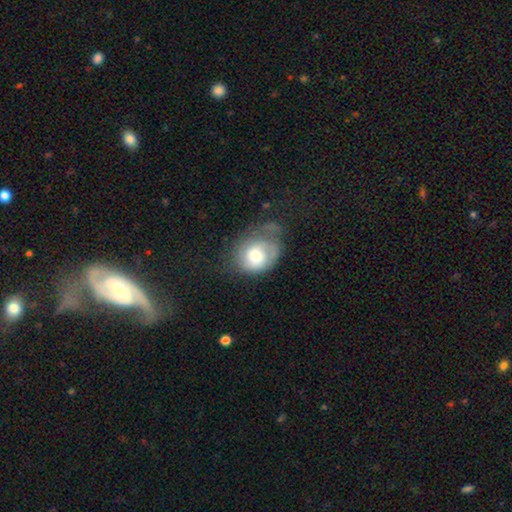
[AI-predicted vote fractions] Overall: smooth (57%; featured or disk 35%). How rounded: round (57%; in between 42%). Merging: none (34%; major disturbance 32%).